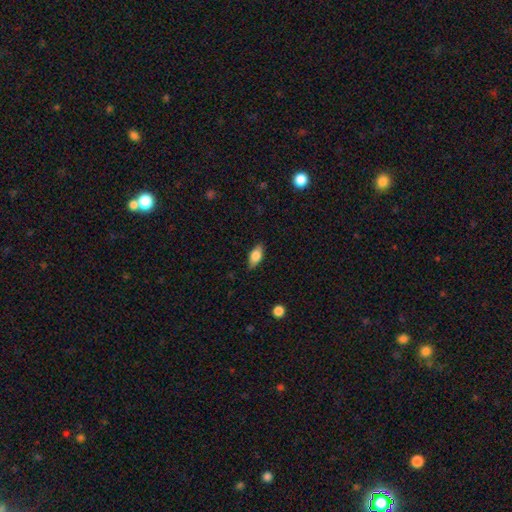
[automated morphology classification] This is likely a smooth galaxy (77%). How rounded: clearly in between (86%). Merging: clearly none (84%).